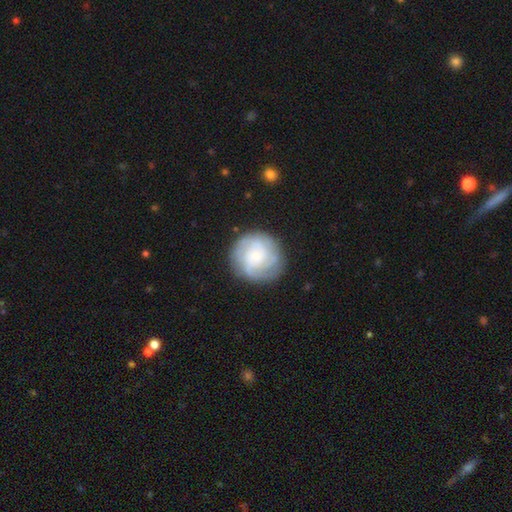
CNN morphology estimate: A featured or disk galaxy (65%) with no bar (71%), tight (57%) spiral arms (90%) and a small central bulge (51%). Merging: none (79%).